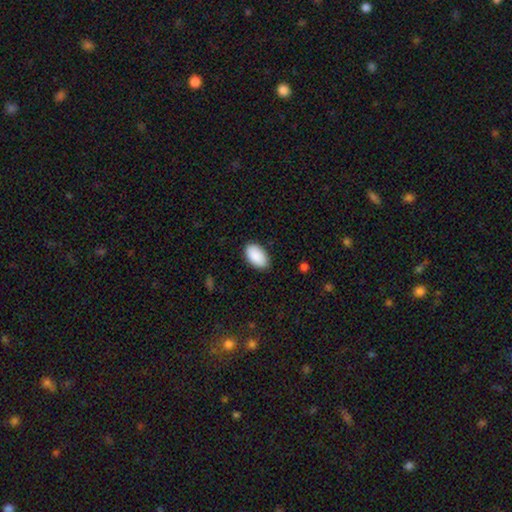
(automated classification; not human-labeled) Smooth or featured: smooth — 91% (star or artifact — 6%)
How rounded: in between — 96% (round — 3%)
Merging: none — 87% (minor disturbance — 10%)